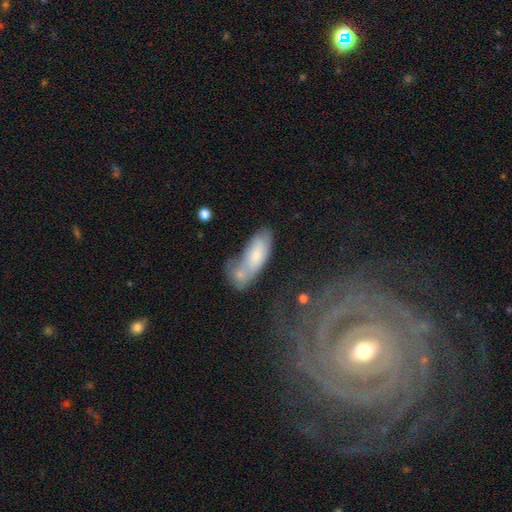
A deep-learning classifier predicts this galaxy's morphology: Smooth or featured? Predicted: smooth (p=0.69). How rounded? Predicted: in between (p=0.71). Merging? Predicted: merger (p=0.42).